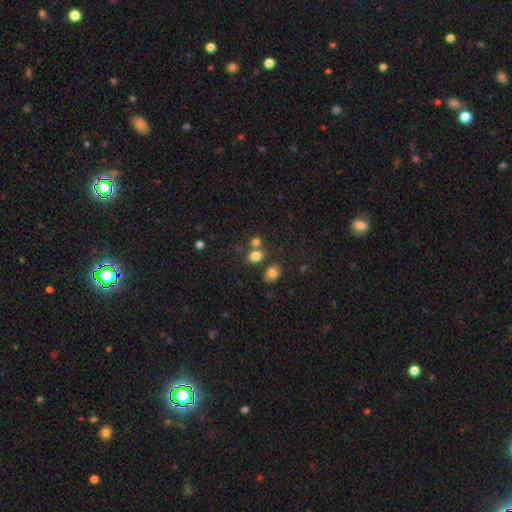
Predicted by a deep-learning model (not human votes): Morphology: type=smooth (79%); roundness=in between (55%); merging=none (57%).